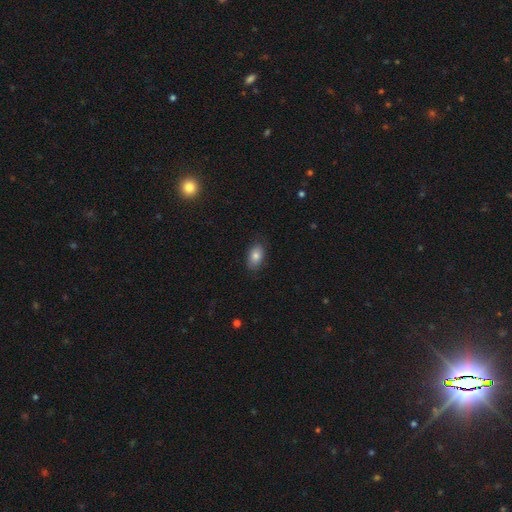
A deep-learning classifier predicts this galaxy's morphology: The model was most divided on "merging": none: 80%, minor disturbance: 16%, major disturbance: 3%, merger: 1%. More confident: how rounded — in between (90%); smooth or featured — smooth (81%).